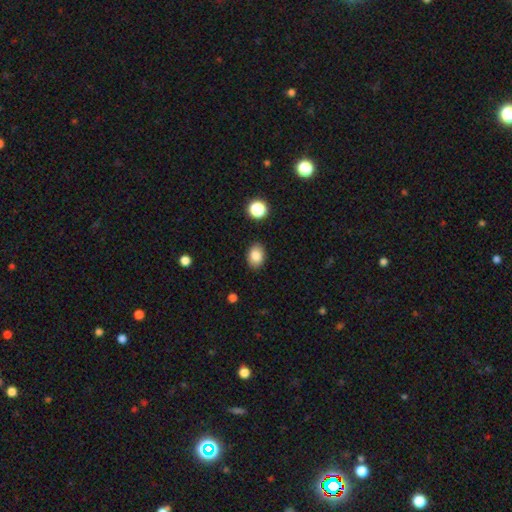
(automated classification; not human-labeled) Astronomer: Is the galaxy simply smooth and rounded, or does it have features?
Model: smooth — 85%.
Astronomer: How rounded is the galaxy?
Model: in between — 75%.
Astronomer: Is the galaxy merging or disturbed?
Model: none — 87%.